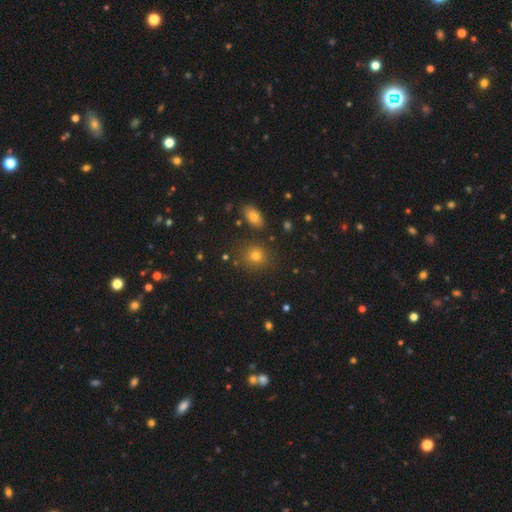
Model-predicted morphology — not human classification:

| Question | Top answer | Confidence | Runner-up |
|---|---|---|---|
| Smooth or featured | smooth | 73% | star or artifact (18%) |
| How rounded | round | 77% | in between (22%) |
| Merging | none | 81% | minor disturbance (10%) |